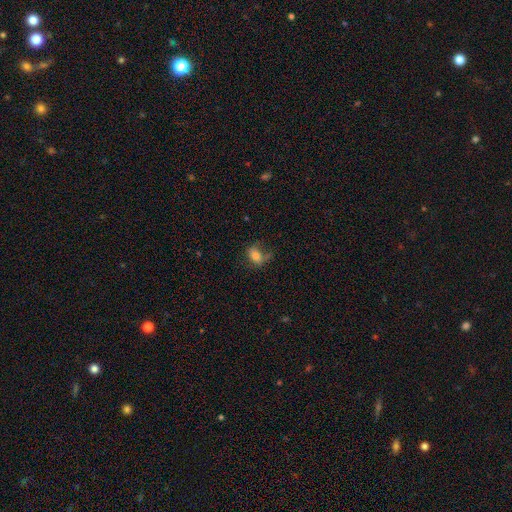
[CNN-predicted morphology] This is likely a smooth galaxy (72%). How rounded: likely in between (77%). Merging: possibly none (52%).